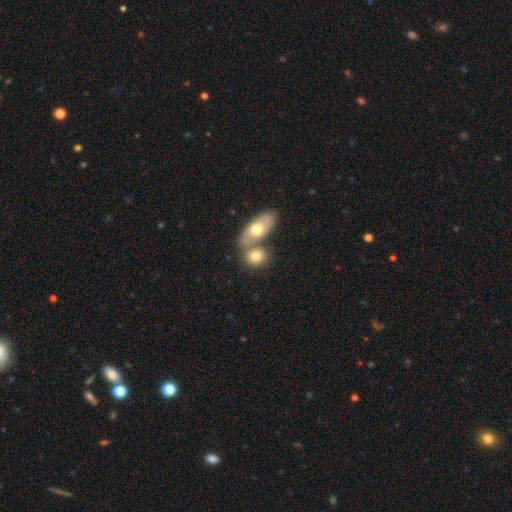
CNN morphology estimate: smooth-or-featured: smooth: 72% | featured or disk: 22% | star or artifact: 7%
  how-rounded: in between: 60% | round: 35% | cigar-shaped: 5%
  merging: merger: 47% | none: 41% | minor disturbance: 9% | major disturbance: 3%